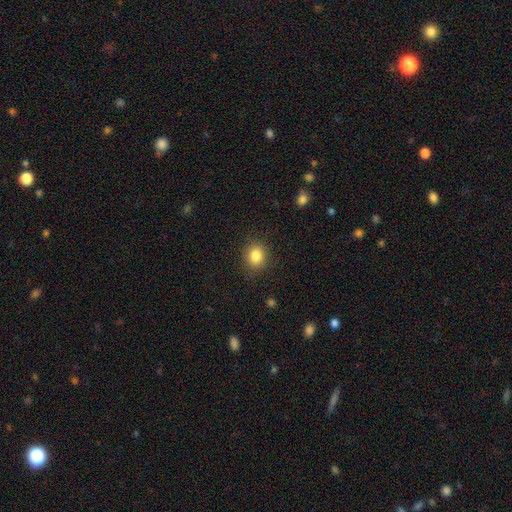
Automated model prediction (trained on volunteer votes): smooth 84%, star or artifact 10%, featured or disk 6%. Down the decision tree: how rounded — round (69%); merging — none (87%).